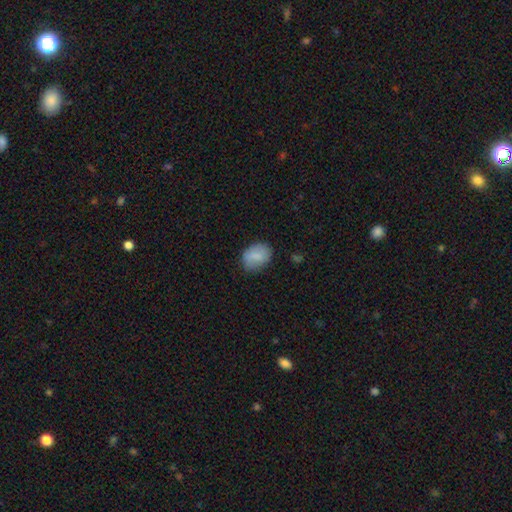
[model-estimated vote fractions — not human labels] Q: Smooth or featured?
A: smooth (81%); runner-up: featured or disk (12%)
Q: How rounded?
A: in between (70%); runner-up: round (29%)
Q: Merging?
A: none (75%); runner-up: minor disturbance (19%)